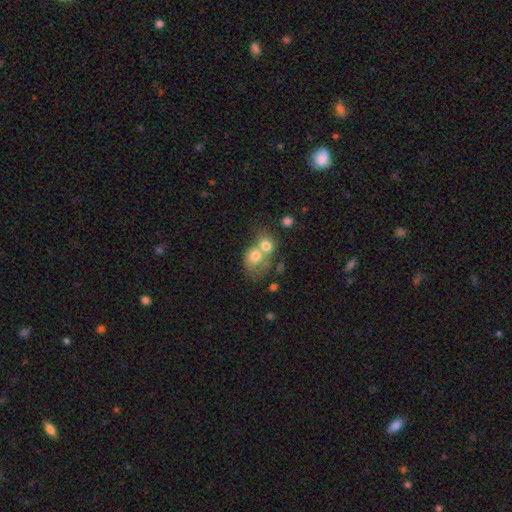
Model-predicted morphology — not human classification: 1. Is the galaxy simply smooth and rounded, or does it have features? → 69% smooth, 21% featured or disk, 10% star or artifact.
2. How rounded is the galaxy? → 53% round, 46% in between, 1% cigar-shaped.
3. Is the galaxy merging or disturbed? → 69% merger, 16% none, 7% minor disturbance, 7% major disturbance.